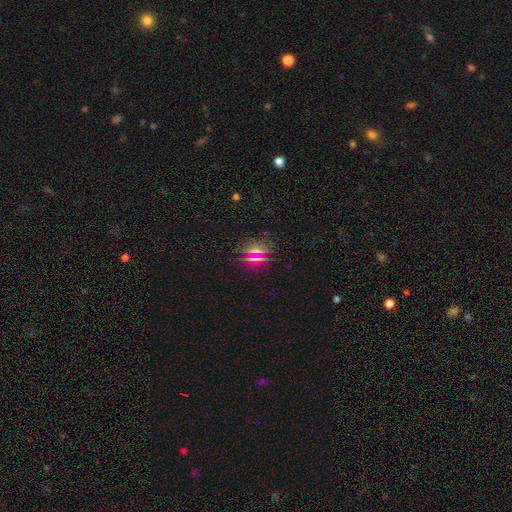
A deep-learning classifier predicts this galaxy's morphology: Smooth or featured? smooth (51%)
How rounded? round (64%)
Merging? none (77%)